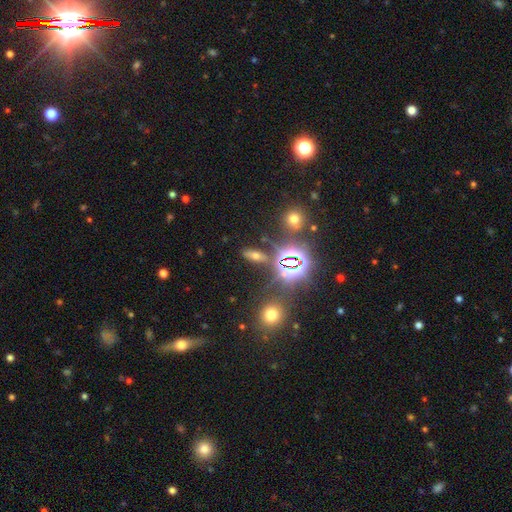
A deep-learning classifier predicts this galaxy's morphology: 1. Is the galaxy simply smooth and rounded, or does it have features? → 39% smooth (tied), 39% star or artifact (tied), 22% featured or disk.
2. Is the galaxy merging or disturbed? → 80% none, 10% minor disturbance, 6% merger, 5% major disturbance.